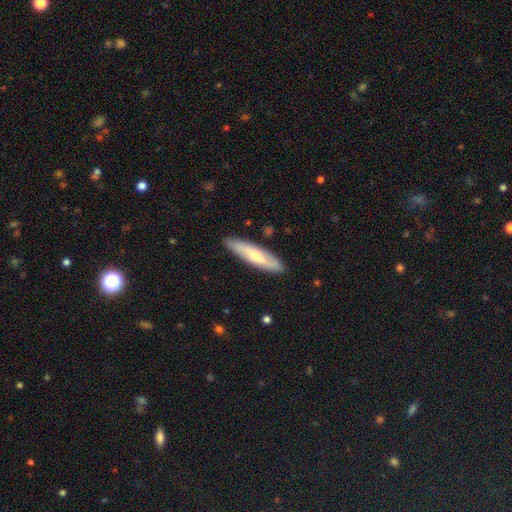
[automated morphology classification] A featured or disk galaxy (48%). Merging: none (87%).